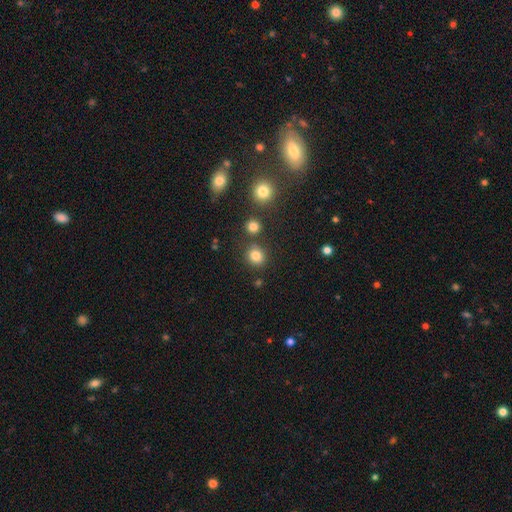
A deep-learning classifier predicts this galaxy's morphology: The model was most divided on "how rounded": round: 76%, in between: 23%, cigar-shaped: 1%. More confident: smooth or featured — smooth (82%); merging — none (80%).